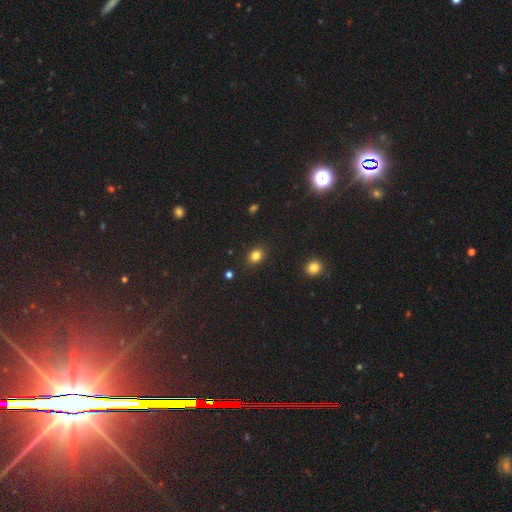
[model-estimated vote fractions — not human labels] This appears to be a smooth galaxy with no disk features (82%) that is in between round and cigar-shaped (50%). Merging: none (88%).